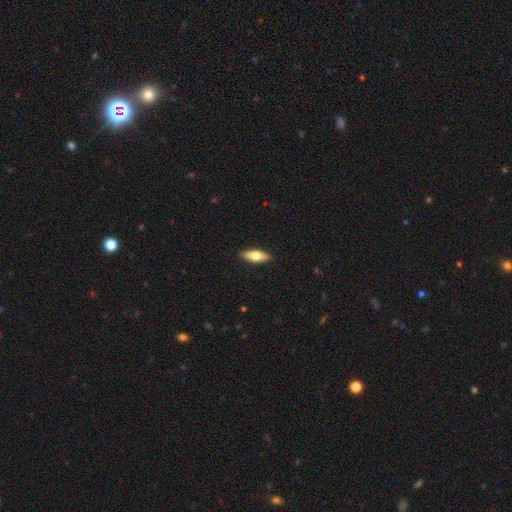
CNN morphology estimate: Q: Smooth or featured?
A: smooth (57%); runner-up: featured or disk (38%)
Q: How rounded?
A: in between (55%); runner-up: cigar-shaped (42%)
Q: Merging?
A: none (91%); runner-up: minor disturbance (7%)